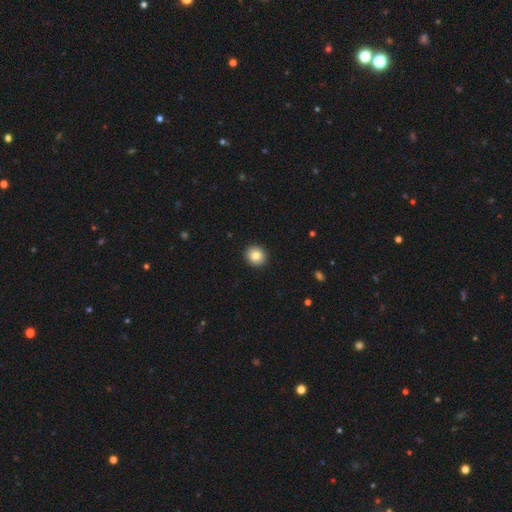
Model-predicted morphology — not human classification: smooth-or-featured: smooth: 83% | star or artifact: 9% | featured or disk: 8%
  how-rounded: round: 90% | in between: 9% | cigar-shaped: 1%
  merging: none: 93% | minor disturbance: 4% | major disturbance: 1% | merger: 1%